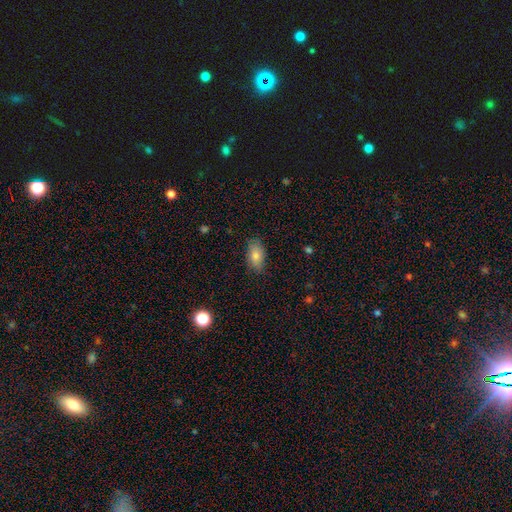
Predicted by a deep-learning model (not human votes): smooth_or_featured: smooth (p=0.79) [alt: featured or disk p=0.12]
how_rounded: in between (p=0.90) [alt: round p=0.06]
merging: none (p=0.83) [alt: minor disturbance p=0.13]